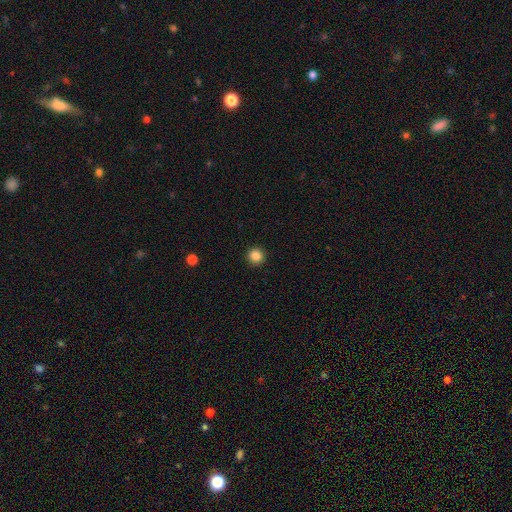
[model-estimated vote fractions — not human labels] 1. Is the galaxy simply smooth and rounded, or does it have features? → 86% smooth, 11% star or artifact, 4% featured or disk.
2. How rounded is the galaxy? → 95% round, 4% in between, 1% cigar-shaped.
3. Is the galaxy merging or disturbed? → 93% none, 4% minor disturbance, 2% major disturbance, 1% merger.